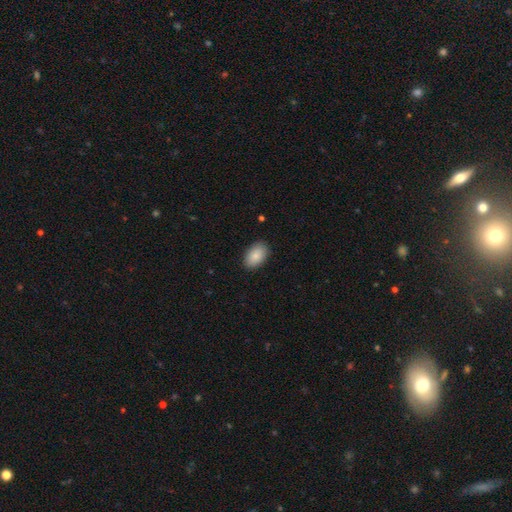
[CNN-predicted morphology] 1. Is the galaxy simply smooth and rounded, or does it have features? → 86% smooth, 7% featured or disk, 7% star or artifact.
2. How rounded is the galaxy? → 92% in between, 7% round, 1% cigar-shaped.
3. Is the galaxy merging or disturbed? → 88% none, 9% minor disturbance, 2% major disturbance, 1% merger.